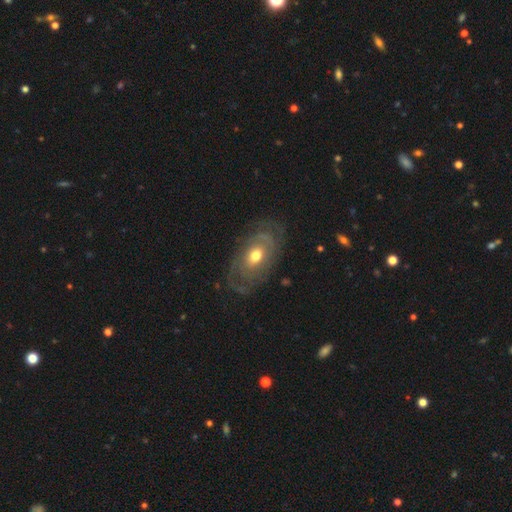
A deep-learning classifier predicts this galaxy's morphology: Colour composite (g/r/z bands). It shows a featured or disk galaxy (73%) with no bar (78%), tight (62%) spiral arms (75%) and a moderate central bulge (73%). Merging: none (73%).